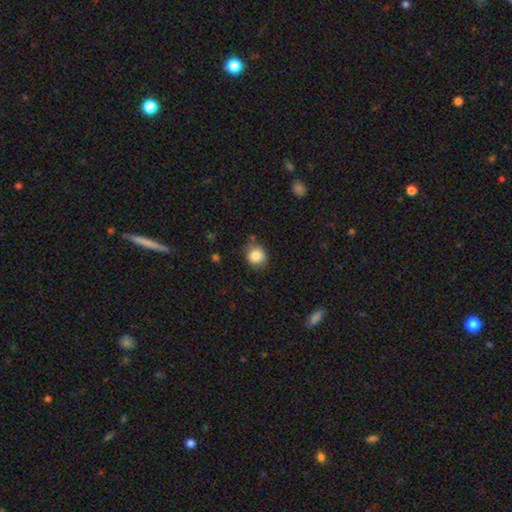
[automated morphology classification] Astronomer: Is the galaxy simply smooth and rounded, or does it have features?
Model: smooth — 85%.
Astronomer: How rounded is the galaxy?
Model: round — 85%.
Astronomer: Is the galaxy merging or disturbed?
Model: none — 76%.